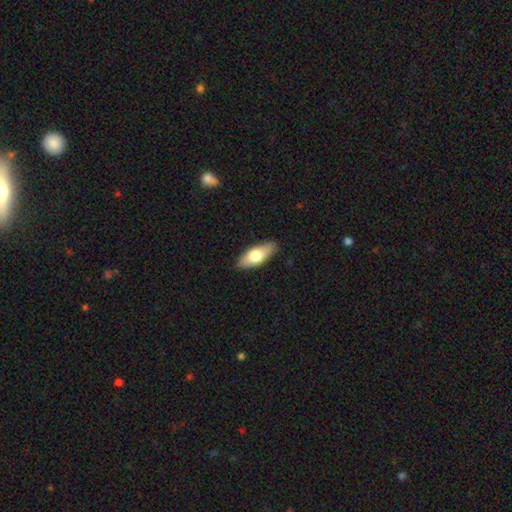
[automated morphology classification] Smooth or featured? Predicted: smooth (p=0.69). How rounded? Predicted: in between (p=0.77). Merging? Predicted: none (p=0.87).